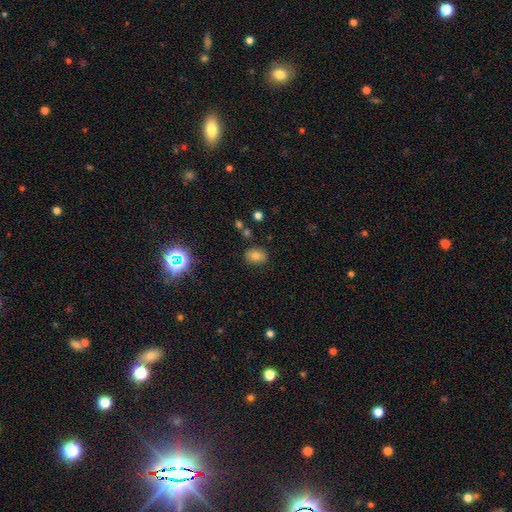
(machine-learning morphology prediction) The model was most divided on "how rounded": in between: 65%, round: 34%, cigar-shaped: 1%. More confident: merging — none (83%); smooth or featured — smooth (76%).